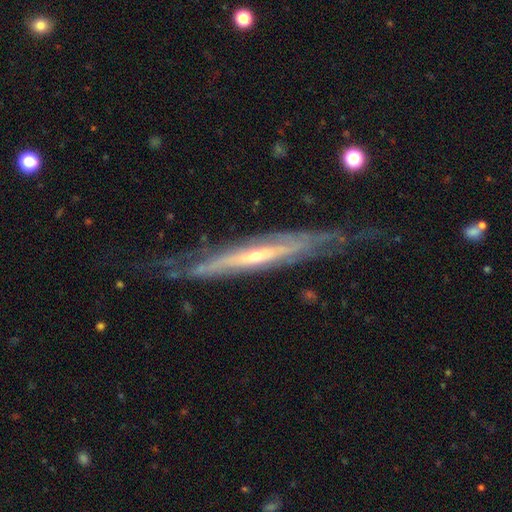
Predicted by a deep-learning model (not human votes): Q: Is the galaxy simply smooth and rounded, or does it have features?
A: featured or disk — 84%.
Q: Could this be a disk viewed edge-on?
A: yes — 70%.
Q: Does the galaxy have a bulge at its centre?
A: rounded — 56%.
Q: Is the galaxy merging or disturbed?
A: none — 64%.